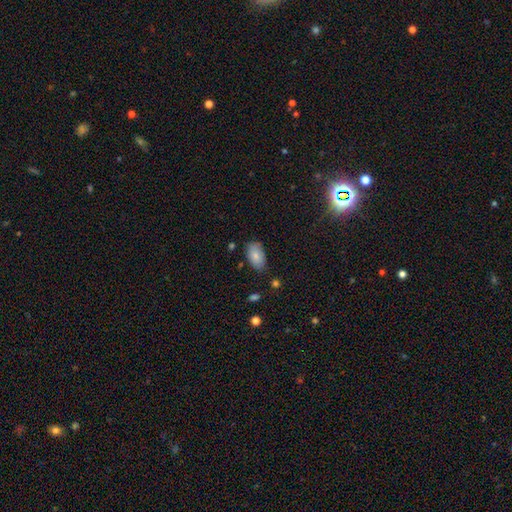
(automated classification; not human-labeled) Smooth or featured? Predicted: smooth (p=0.82). How rounded? Predicted: in between (p=0.94). Merging? Predicted: none (p=0.79).